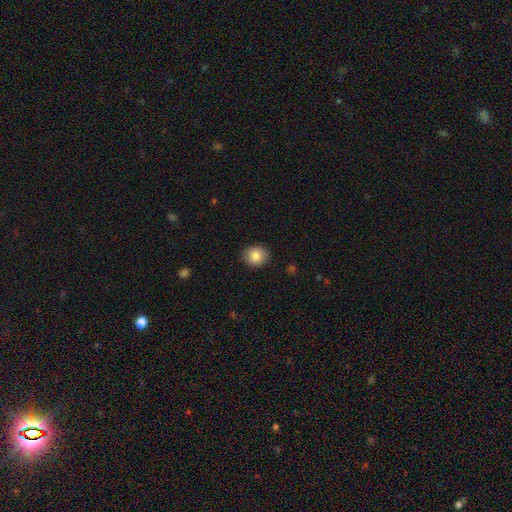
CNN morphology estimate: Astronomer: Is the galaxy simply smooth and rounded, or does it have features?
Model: smooth — 85%.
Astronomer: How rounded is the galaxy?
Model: round — 63%.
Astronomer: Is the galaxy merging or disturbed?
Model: none — 88%.